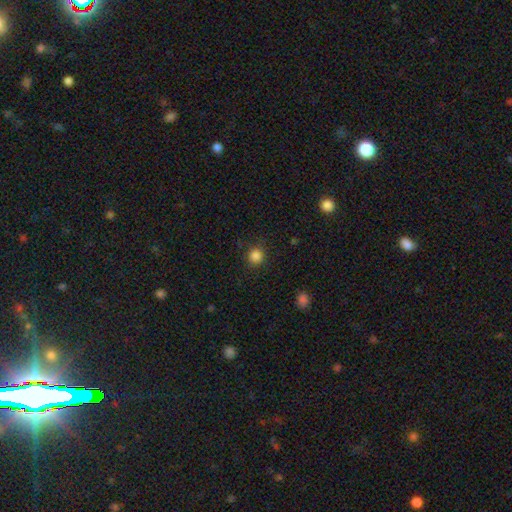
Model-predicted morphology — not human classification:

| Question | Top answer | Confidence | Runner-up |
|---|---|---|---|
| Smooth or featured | smooth | 85% | star or artifact (12%) |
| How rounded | round | 91% | in between (8%) |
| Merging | none | 87% | minor disturbance (9%) |